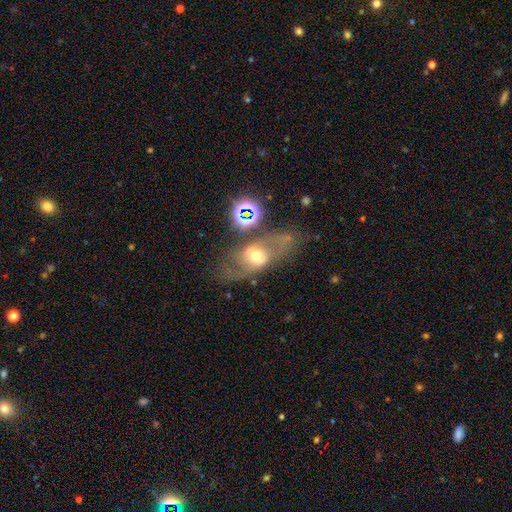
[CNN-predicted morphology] Smooth or featured?
  - featured or disk: 47% *
  - smooth: 37%
  - star or artifact: 16%
Merging?
  - none: 50% *
  - major disturbance: 21%
  - minor disturbance: 19%
  - merger: 11%